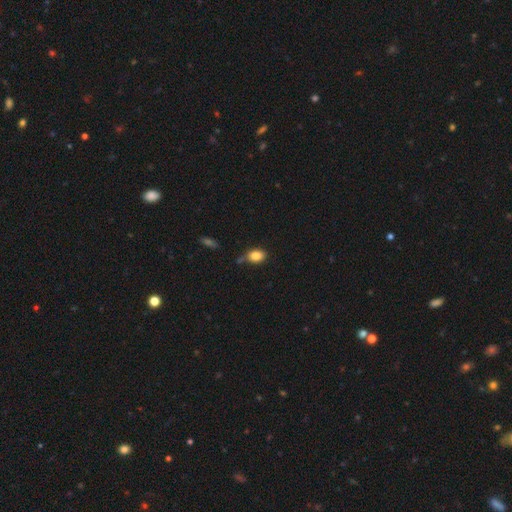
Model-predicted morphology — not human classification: The model was most divided on "merging": none: 64%, minor disturbance: 21%, merger: 9%, major disturbance: 5%. More confident: smooth or featured — smooth (85%); how rounded — in between (80%).